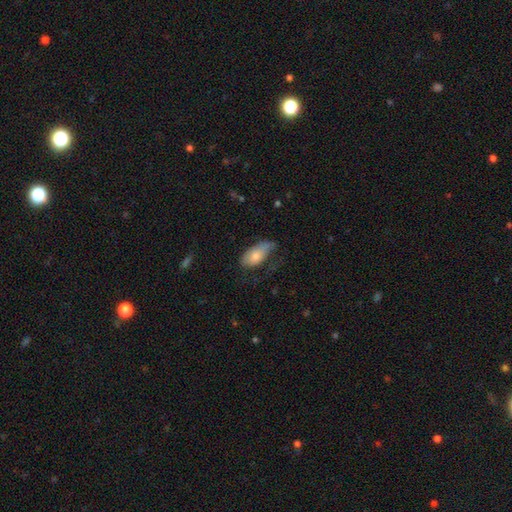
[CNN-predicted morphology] Smooth or featured?
  - smooth: 69% *
  - featured or disk: 24%
  - star or artifact: 7%
How rounded?
  - in between: 89% *
  - cigar-shaped: 7%
  - round: 3%
Merging?
  - none: 38% *
  - minor disturbance: 35%
  - major disturbance: 25%
  - merger: 2%